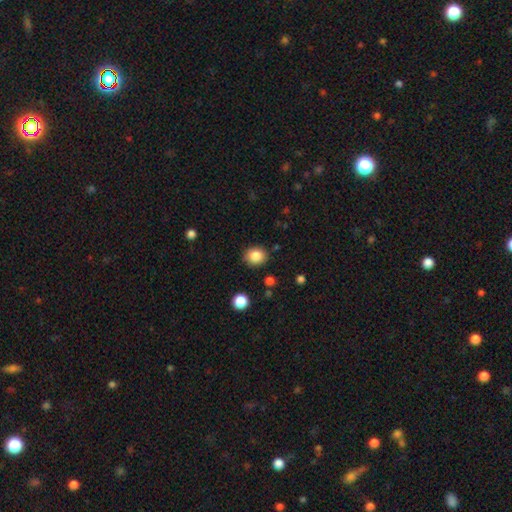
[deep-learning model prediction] Overall: smooth (85%). How rounded: round (69%; in between 30%). Merging: none (86%).